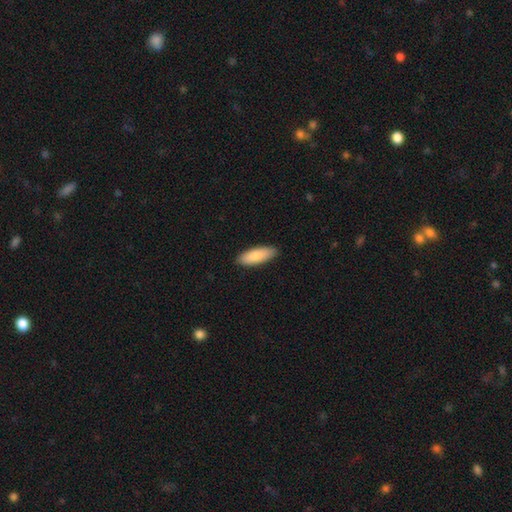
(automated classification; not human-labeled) This is clearly a smooth galaxy (86%). How rounded: likely in between (65%). Merging: clearly none (90%).